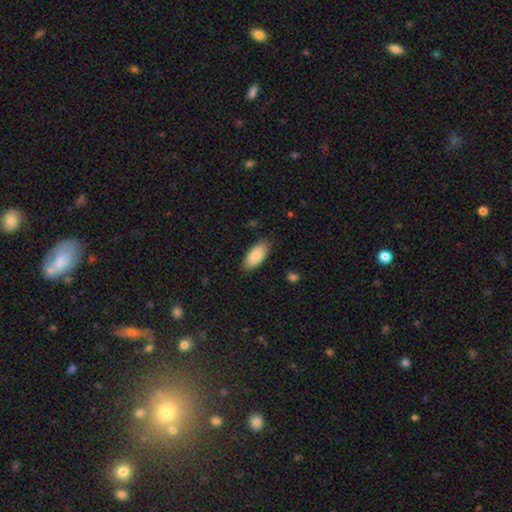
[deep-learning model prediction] This appears to be a smooth galaxy with no disk features (89%) that is in between round and cigar-shaped (90%). Merging: none (84%).